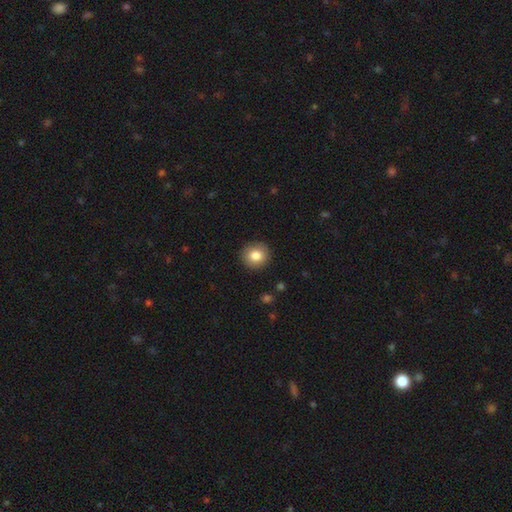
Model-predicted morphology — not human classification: Smooth or featured? smooth (83%)
How rounded? round (89%)
Merging? none (91%)